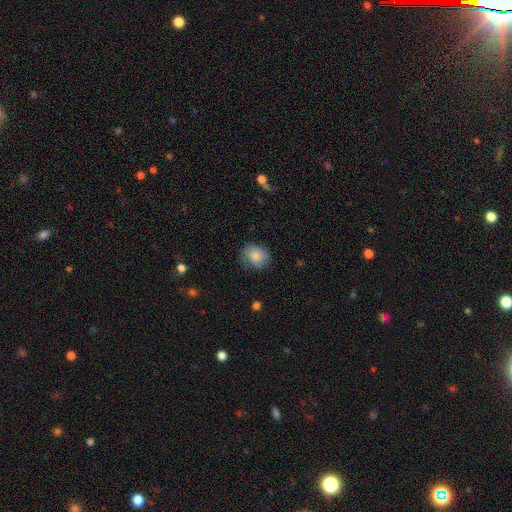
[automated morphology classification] This appears to be a smooth galaxy with no disk features (71%) that is round (66%). Merging: none (68%).